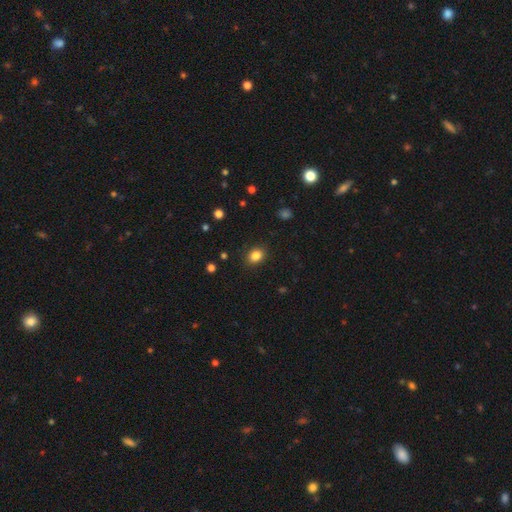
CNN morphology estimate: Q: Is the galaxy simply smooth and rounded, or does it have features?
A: smooth — 84%.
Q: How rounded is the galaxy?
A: in between — 52%.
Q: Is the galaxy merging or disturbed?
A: none — 88%.